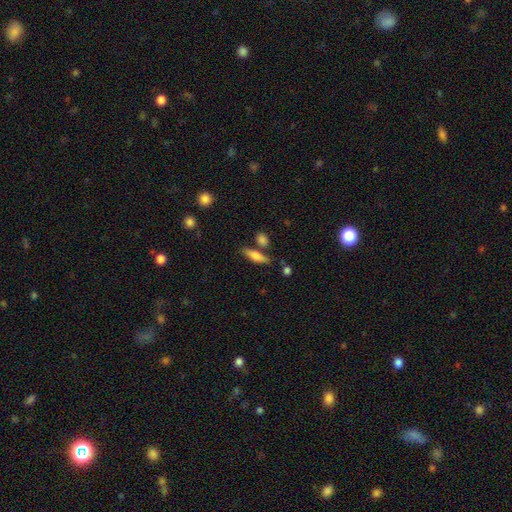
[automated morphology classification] Smooth or featured: smooth — 70% (featured or disk — 23%)
How rounded: cigar-shaped — 57% (in between — 40%)
Merging: none — 69% (minor disturbance — 14%)